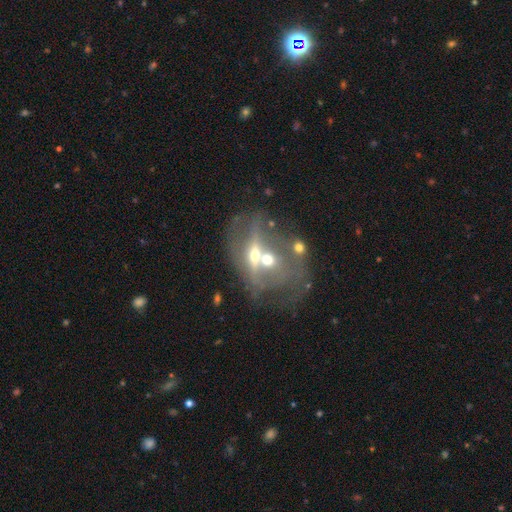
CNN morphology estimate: Smooth or featured? Predicted: featured or disk (p=0.55). Edge-on disk? Predicted: no (p=0.83). Merging? Predicted: merger (p=0.59).